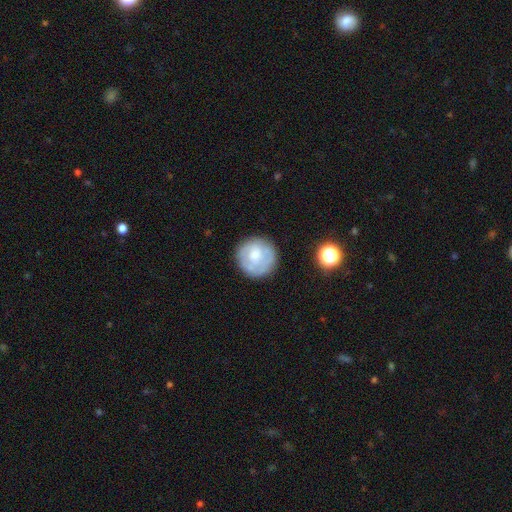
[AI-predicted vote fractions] Morphology: type=smooth (56%); roundness=round (93%); merging=none (78%).